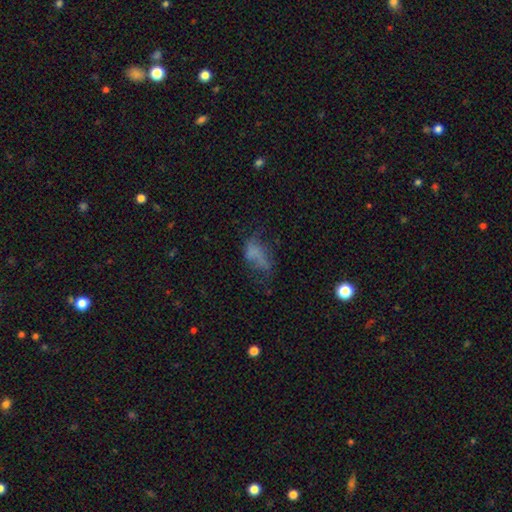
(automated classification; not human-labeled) Smooth or featured? smooth (51%)
How rounded? in between (83%)
Merging? major disturbance (38%)